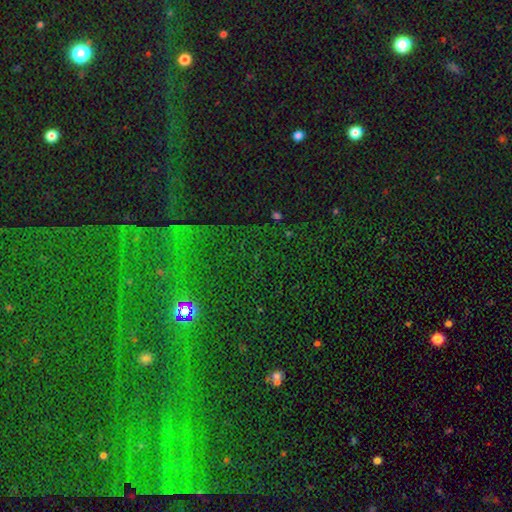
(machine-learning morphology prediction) Smooth or featured: star or artifact — 83% (smooth — 9%)